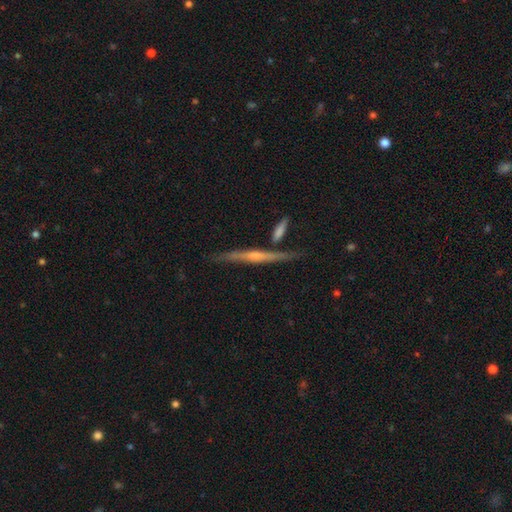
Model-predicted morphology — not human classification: Overall: featured or disk (74%). Edge-on disk: yes (96%). Edge-on bulge: rounded (60%; none 29%). Merging: none (77%).